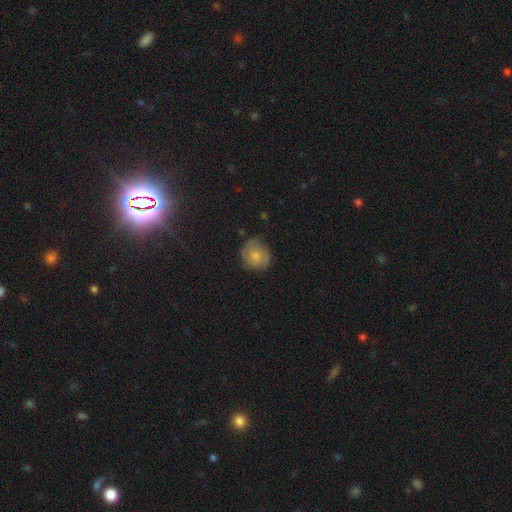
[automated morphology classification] A smooth galaxy with no disk features (69%) that is round (84%). Merging: none (62%).